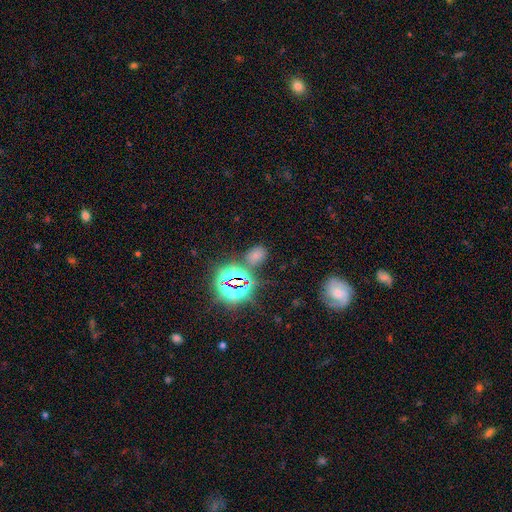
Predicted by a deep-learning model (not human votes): smooth-or-featured: smooth: 52% | star or artifact: 41% | featured or disk: 7%
  how-rounded: in between: 70% | round: 28% | cigar-shaped: 2%
  merging: none: 75% | minor disturbance: 13% | merger: 7% | major disturbance: 5%